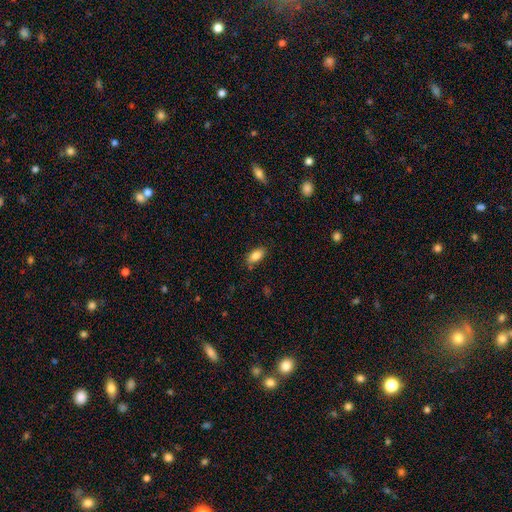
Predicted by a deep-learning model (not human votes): Smooth or featured? Predicted: smooth (p=0.85). How rounded? Predicted: in between (p=0.90). Merging? Predicted: none (p=0.82).